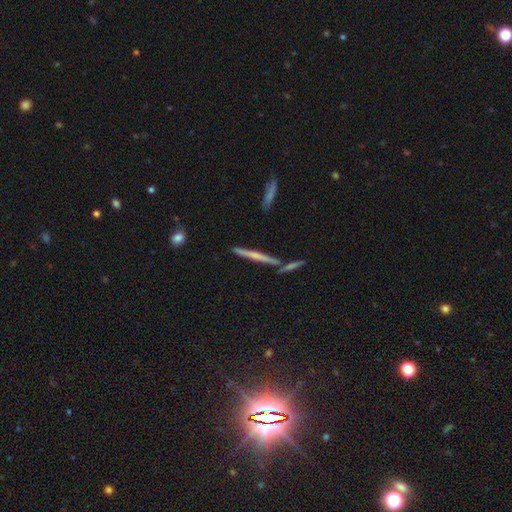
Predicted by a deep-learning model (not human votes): The model was most divided on "smooth or featured": featured or disk: 53%, smooth: 39%, star or artifact: 8%. More confident: edge-on disk — yes (95%); merging — none (74%); edge-on bulge — none (59%).